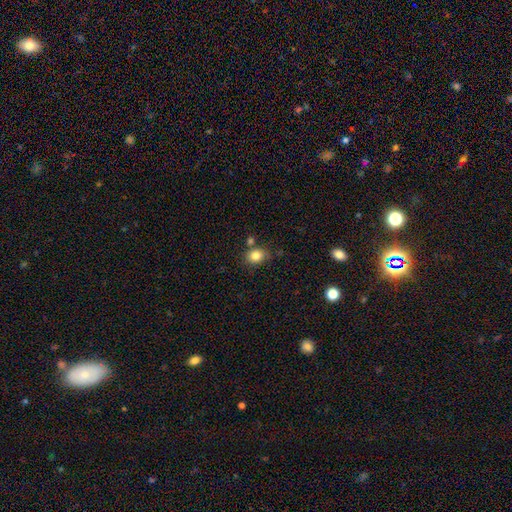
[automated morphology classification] smooth 83%, star or artifact 10%, featured or disk 6%. Down the decision tree: how rounded — round (54%); merging — none (69%).